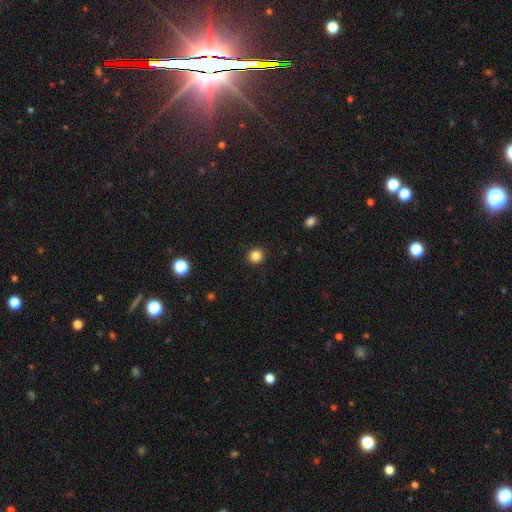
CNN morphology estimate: smooth_or_featured: smooth (p=0.85) [alt: star or artifact p=0.12]
how_rounded: round (p=0.90) [alt: in between p=0.09]
merging: none (p=0.92) [alt: minor disturbance p=0.05]